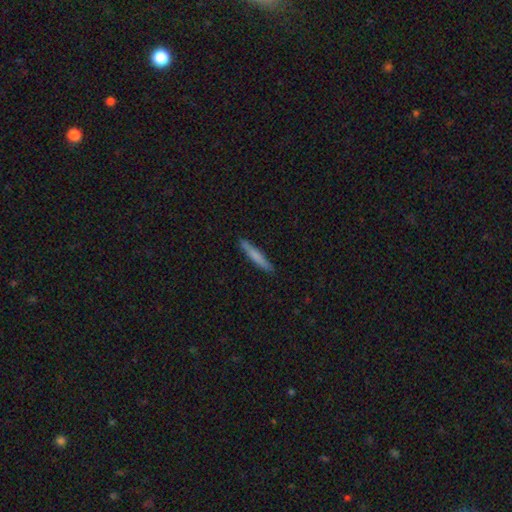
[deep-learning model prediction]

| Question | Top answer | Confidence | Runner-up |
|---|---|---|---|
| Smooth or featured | smooth | 72% | featured or disk (23%) |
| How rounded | cigar-shaped | 95% | in between (4%) |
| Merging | none | 89% | minor disturbance (8%) |